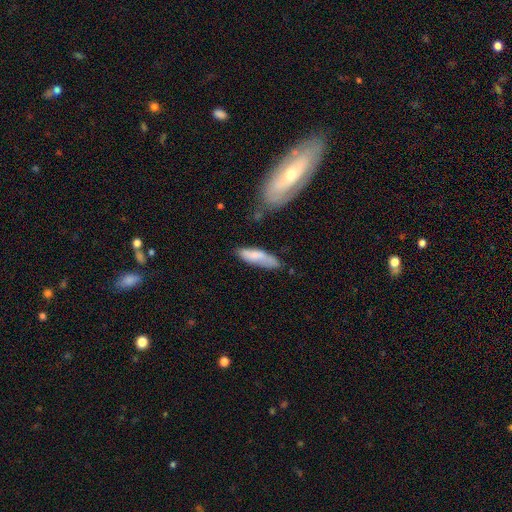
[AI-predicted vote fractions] The model was most divided on "how rounded": cigar-shaped: 54%, in between: 45%, round: 2%. More confident: smooth or featured — smooth (72%); merging — none (54%).